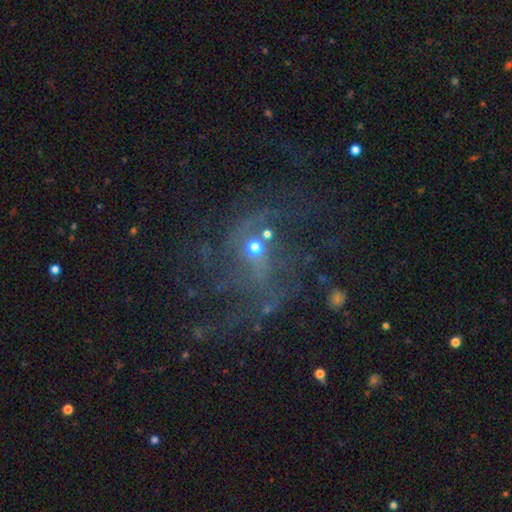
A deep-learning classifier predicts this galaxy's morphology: Q: Smooth or featured?
A: featured or disk (65%); runner-up: star or artifact (25%)
Q: Edge-on disk?
A: no (96%); runner-up: yes (4%)
Q: Bar?
A: no (56%); runner-up: weak (34%)
Q: Spiral arms?
A: yes (77%); runner-up: no (23%)
Q: Bulge size?
A: small (59%); runner-up: moderate (28%)
Q: Merging?
A: none (54%); runner-up: major disturbance (27%)